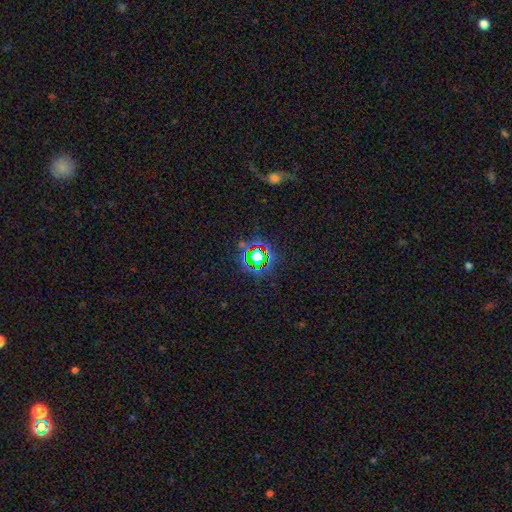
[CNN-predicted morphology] The model was most divided on "smooth or featured": star or artifact: 74%, smooth: 14%, featured or disk: 11%.